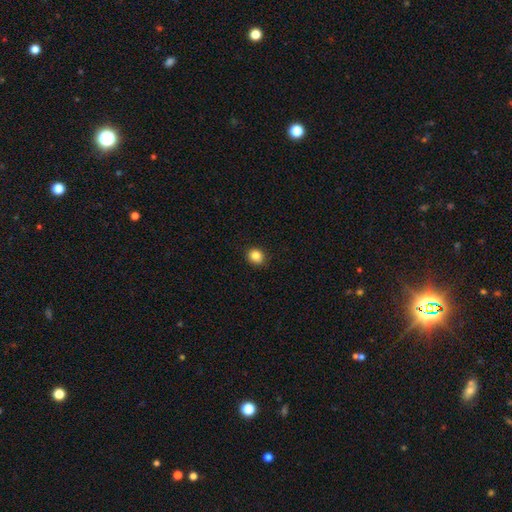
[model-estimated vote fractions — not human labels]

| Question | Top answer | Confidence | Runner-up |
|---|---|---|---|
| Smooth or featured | smooth | 84% | star or artifact (11%) |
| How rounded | round | 72% | in between (28%) |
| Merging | none | 90% | minor disturbance (7%) |